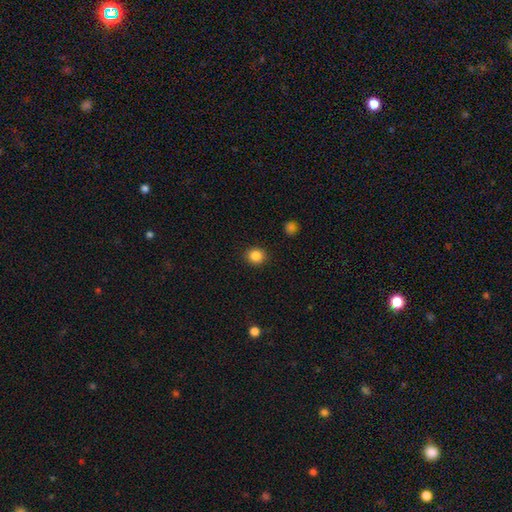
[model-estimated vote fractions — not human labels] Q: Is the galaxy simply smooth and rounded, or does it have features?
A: smooth — 85%.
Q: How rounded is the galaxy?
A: round — 86%.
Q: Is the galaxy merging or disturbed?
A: none — 91%.